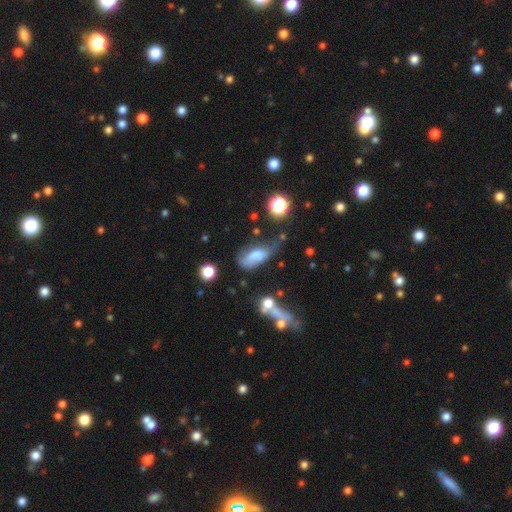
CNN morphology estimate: Smooth or featured? smooth (65%)
How rounded? in between (83%)
Merging? minor disturbance (32%)